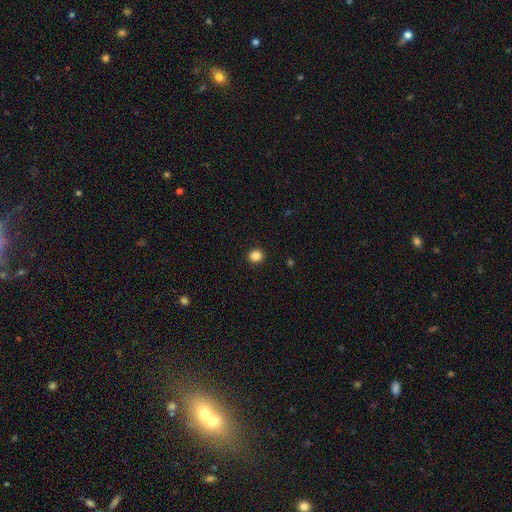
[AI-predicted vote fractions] Smooth or featured? smooth (85%)
How rounded? round (86%)
Merging? none (93%)